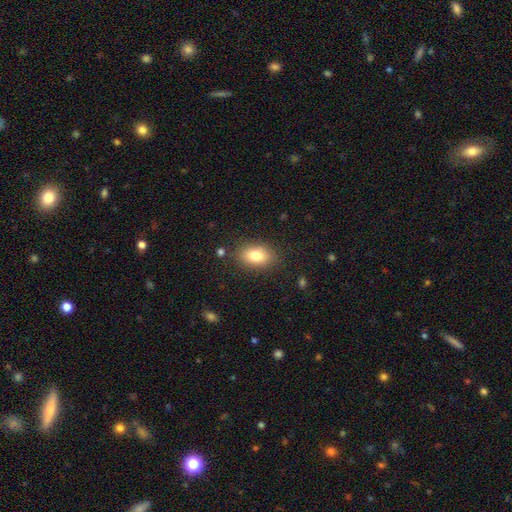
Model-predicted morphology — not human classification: smooth-or-featured: smooth: 80% | featured or disk: 11% | star or artifact: 9%
  how-rounded: in between: 83% | round: 16% | cigar-shaped: 2%
  merging: none: 84% | minor disturbance: 11% | major disturbance: 3% | merger: 2%